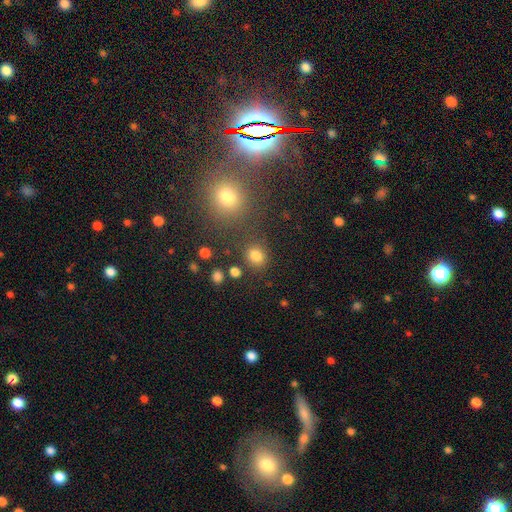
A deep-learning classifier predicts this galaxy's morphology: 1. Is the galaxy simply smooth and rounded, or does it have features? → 80% smooth, 14% star or artifact, 6% featured or disk.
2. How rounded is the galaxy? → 68% round, 30% in between, 1% cigar-shaped.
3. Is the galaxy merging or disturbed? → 76% none, 10% minor disturbance, 9% merger, 4% major disturbance.